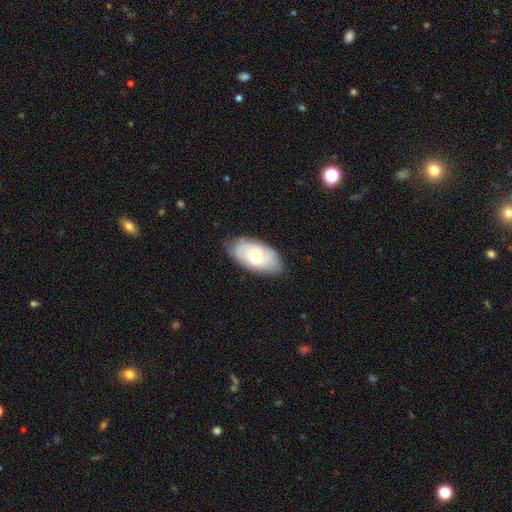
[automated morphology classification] smooth 52%, featured or disk 42%, star or artifact 6%. Down the decision tree: how rounded — in between (93%); merging — none (75%).